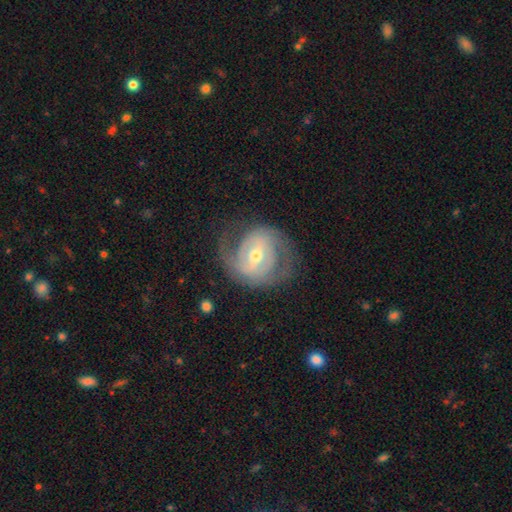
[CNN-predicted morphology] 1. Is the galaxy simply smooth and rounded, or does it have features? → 82% featured or disk, 13% smooth, 5% star or artifact.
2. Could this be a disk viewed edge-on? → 96% no, 4% yes.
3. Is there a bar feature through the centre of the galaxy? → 44% weak, 36% strong, 20% no.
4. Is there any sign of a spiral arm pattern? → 87% yes, 13% no.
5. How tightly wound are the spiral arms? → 46% tight, 39% medium, 15% loose.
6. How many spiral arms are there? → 70% 2, 16% can't tell, 6% 3, 4% 1, 2% 4, 2% more than 4.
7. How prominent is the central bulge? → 59% moderate, 36% small, 3% large, 1% none, 1% dominant.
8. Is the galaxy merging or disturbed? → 68% none, 18% minor disturbance, 13% major disturbance, 1% merger.